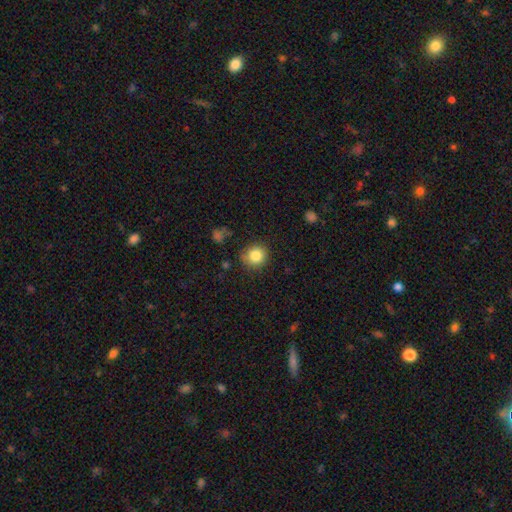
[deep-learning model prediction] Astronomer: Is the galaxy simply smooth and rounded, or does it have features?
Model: smooth — 84%.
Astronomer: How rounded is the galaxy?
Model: round — 90%.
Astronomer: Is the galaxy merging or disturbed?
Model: none — 83%.